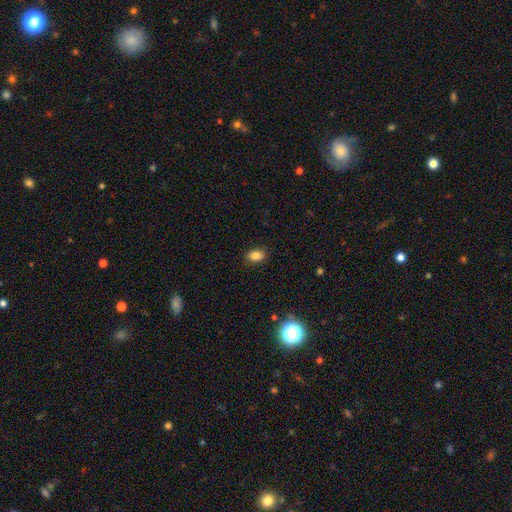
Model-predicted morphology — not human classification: A smooth galaxy with no disk features (84%) that is in between round and cigar-shaped (78%).

Vote fractions:
- Smooth or featured? smooth: 84% / star or artifact: 11% / featured or disk: 5%
- How rounded? in between: 78% / round: 20% / cigar-shaped: 2%
- Merging? none: 86% / minor disturbance: 10% / major disturbance: 2% / merger: 1%